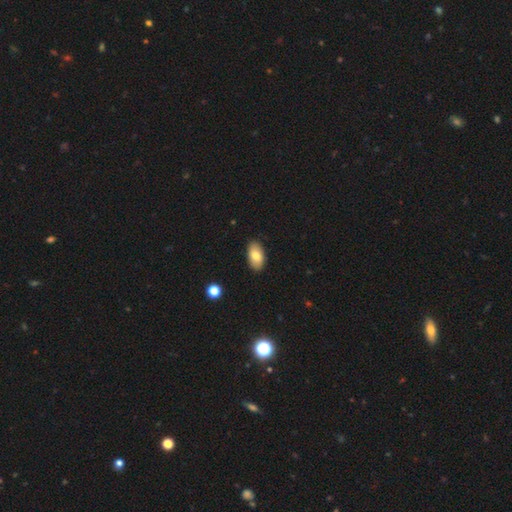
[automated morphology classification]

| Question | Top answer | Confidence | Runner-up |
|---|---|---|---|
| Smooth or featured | smooth | 78% | featured or disk (16%) |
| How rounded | in between | 94% | round (3%) |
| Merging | none | 88% | minor disturbance (9%) |